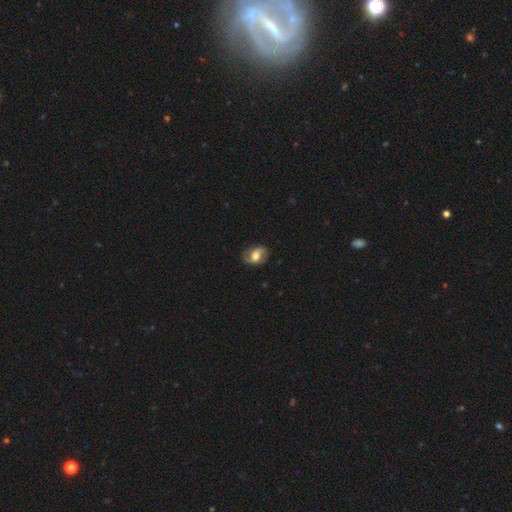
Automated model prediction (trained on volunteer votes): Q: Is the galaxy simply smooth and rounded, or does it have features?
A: featured or disk — 58%.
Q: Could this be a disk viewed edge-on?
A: no — 95%.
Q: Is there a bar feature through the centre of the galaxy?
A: weak — 40%.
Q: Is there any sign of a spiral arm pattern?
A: yes — 83%.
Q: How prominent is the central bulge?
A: moderate — 57%.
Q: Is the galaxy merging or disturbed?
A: none — 79%.